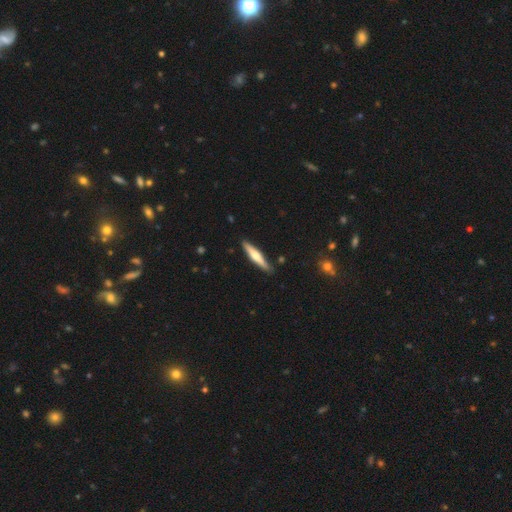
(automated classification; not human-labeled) Overall: featured or disk (49%; smooth 46%). Merging: none (88%).